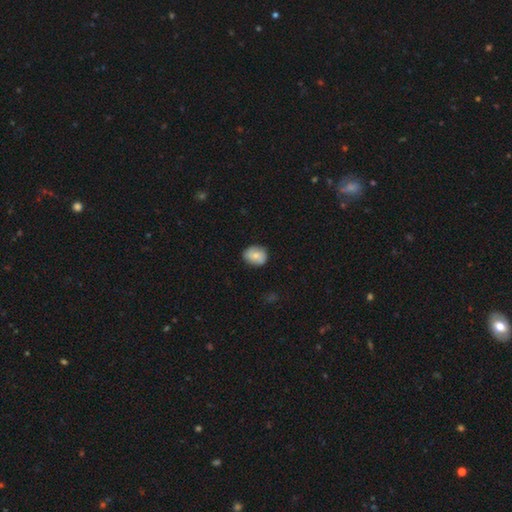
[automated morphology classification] Overall: smooth (77%). How rounded: round (52%; in between 47%). Merging: none (80%).